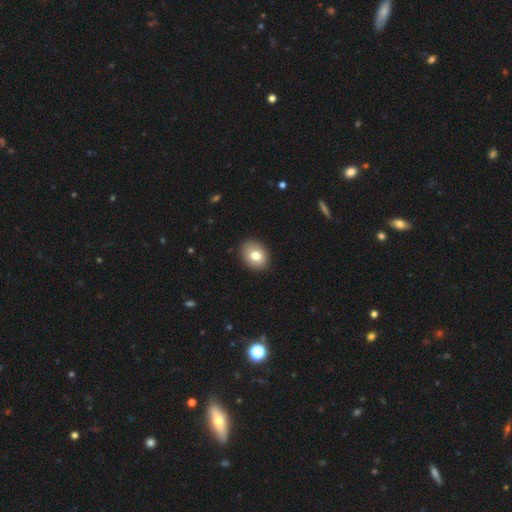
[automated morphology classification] Smooth or featured?
  - smooth: 80% *
  - featured or disk: 12%
  - star or artifact: 8%
How rounded?
  - in between: 69% *
  - round: 30%
  - cigar-shaped: 1%
Merging?
  - none: 89% *
  - minor disturbance: 8%
  - major disturbance: 2%
  - merger: 1%